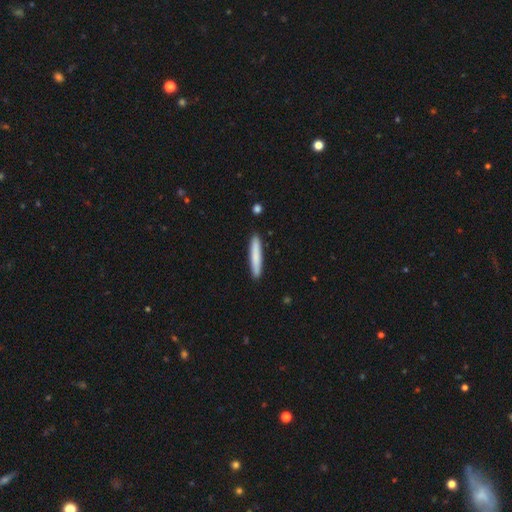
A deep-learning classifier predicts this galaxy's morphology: type=smooth (78%); roundness=cigar-shaped (95%); merging=none (91%).